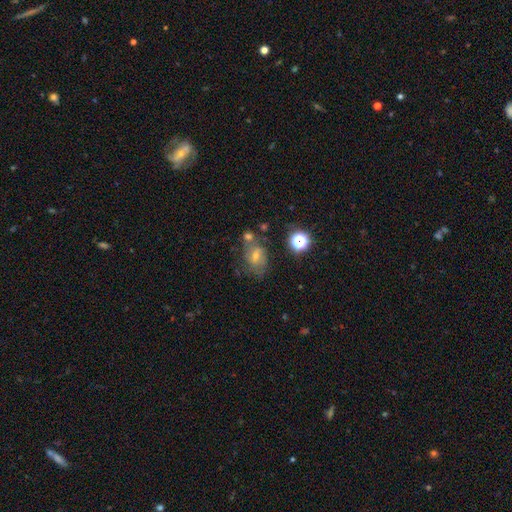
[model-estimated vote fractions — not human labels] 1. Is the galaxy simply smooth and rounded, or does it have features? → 43% featured or disk, 30% smooth, 26% star or artifact.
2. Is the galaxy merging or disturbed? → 61% none, 17% minor disturbance, 13% merger, 9% major disturbance.